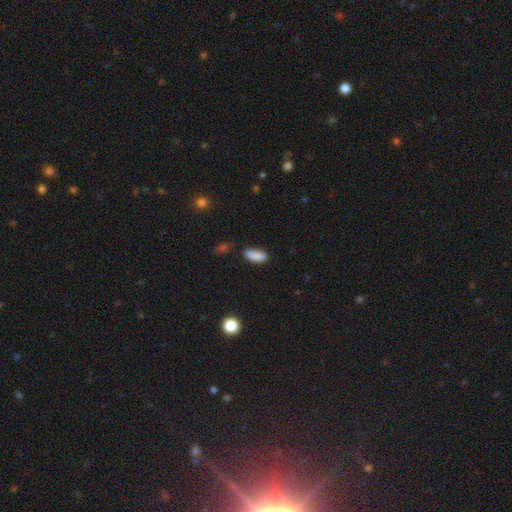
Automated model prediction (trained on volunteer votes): The model was most divided on "merging": none: 79%, minor disturbance: 15%, major disturbance: 3%, merger: 3%. More confident: smooth or featured — smooth (88%); how rounded — in between (83%).